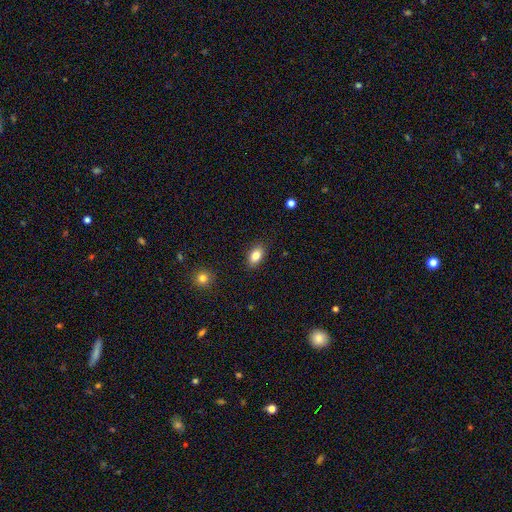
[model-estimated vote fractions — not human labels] This is clearly a smooth galaxy (83%). How rounded: clearly in between (89%). Merging: clearly none (87%).